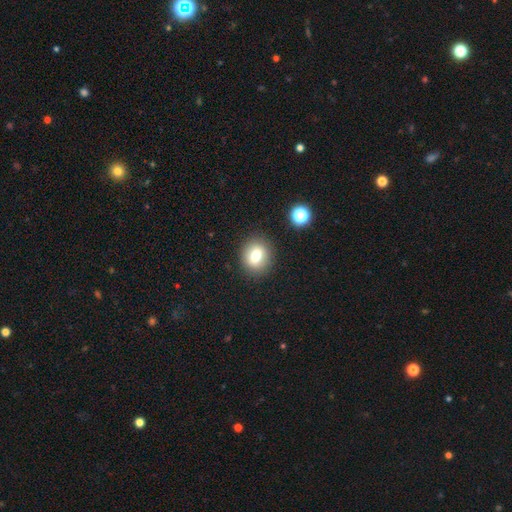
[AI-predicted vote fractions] Smooth or featured? smooth (74%)
How rounded? round (73%)
Merging? none (88%)